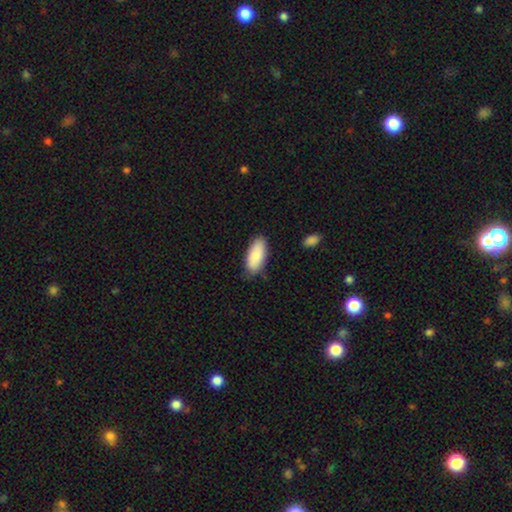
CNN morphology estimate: Smooth or featured? smooth (88%)
How rounded? in between (86%)
Merging? none (81%)